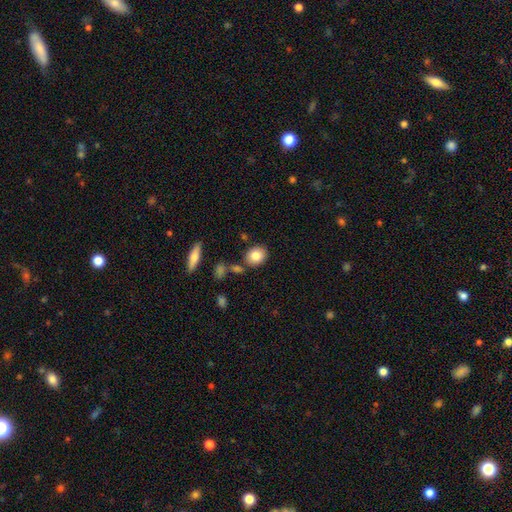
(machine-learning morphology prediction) This is clearly a smooth galaxy (82%). How rounded: possibly round (59%). Merging: clearly none (81%).